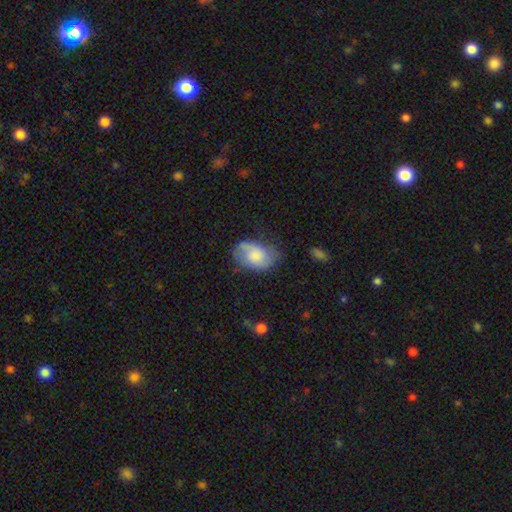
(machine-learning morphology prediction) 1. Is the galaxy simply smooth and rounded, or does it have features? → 65% smooth, 27% featured or disk, 7% star or artifact.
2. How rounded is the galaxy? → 87% in between, 12% round, 1% cigar-shaped.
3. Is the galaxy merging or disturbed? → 52% none, 32% minor disturbance, 14% major disturbance, 3% merger.